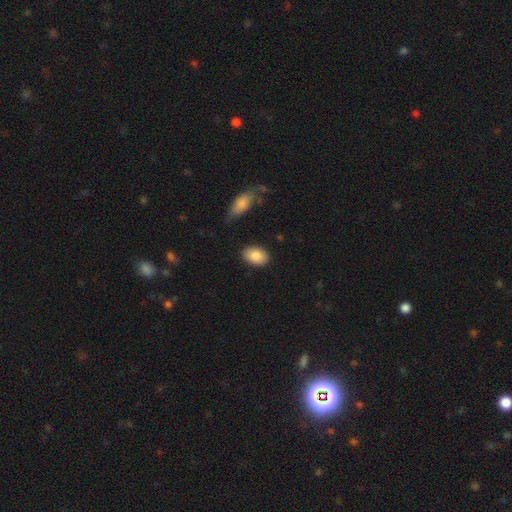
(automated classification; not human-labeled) A smooth galaxy with no disk features (85%) that is in between round and cigar-shaped (84%).

Vote fractions:
- Smooth or featured? smooth: 85% / featured or disk: 8% / star or artifact: 7%
- How rounded? in between: 84% / round: 14% / cigar-shaped: 1%
- Merging? none: 85% / minor disturbance: 11% / major disturbance: 2% / merger: 2%